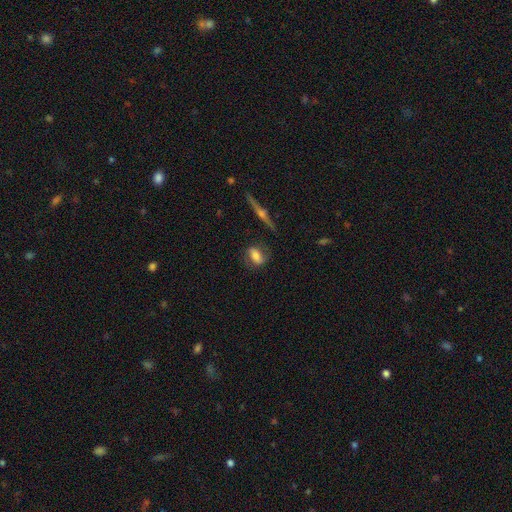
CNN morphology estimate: A smooth galaxy with no disk features (53%) that is in between round and cigar-shaped (71%). Merging: none (69%).